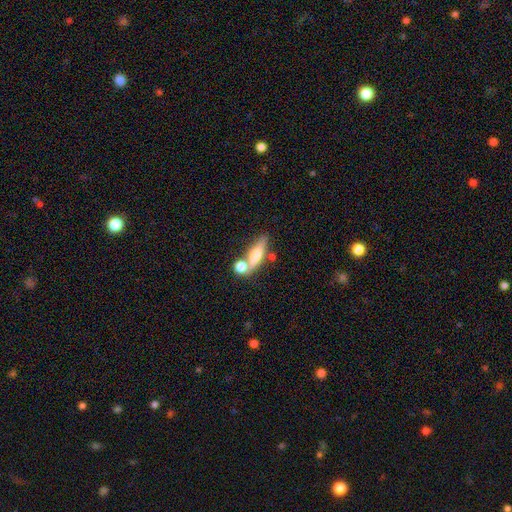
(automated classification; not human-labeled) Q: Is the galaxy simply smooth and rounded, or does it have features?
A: smooth — 57%.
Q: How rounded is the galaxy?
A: cigar-shaped — 56%.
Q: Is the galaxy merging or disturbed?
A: none — 54%.